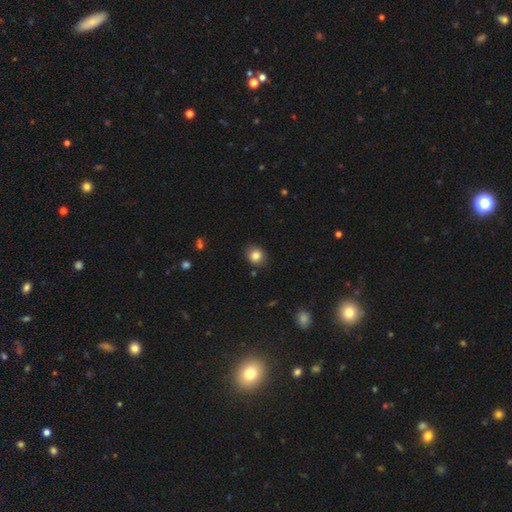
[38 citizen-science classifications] Smooth or featured? 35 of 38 (92%) said smooth. How rounded? 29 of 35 (83%) said round. Merging? 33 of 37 (89%) said none.